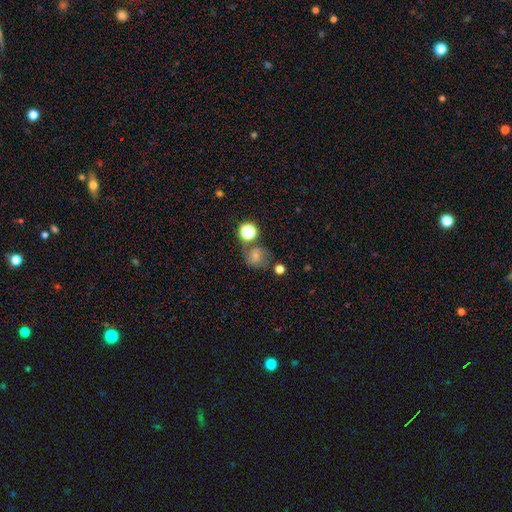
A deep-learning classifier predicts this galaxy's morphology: This is likely a smooth galaxy (62%). How rounded: likely round (75%). Merging: possibly none (52%).